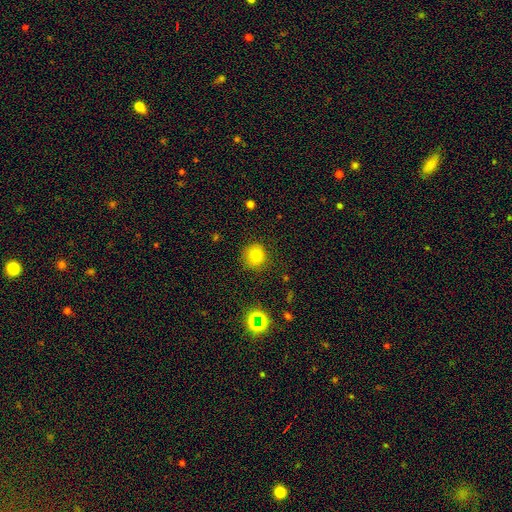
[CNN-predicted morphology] smooth-or-featured: smooth: 78% | star or artifact: 15% | featured or disk: 8%
  how-rounded: round: 92% | in between: 7% | cigar-shaped: 1%
  merging: none: 86% | minor disturbance: 9% | major disturbance: 3% | merger: 1%